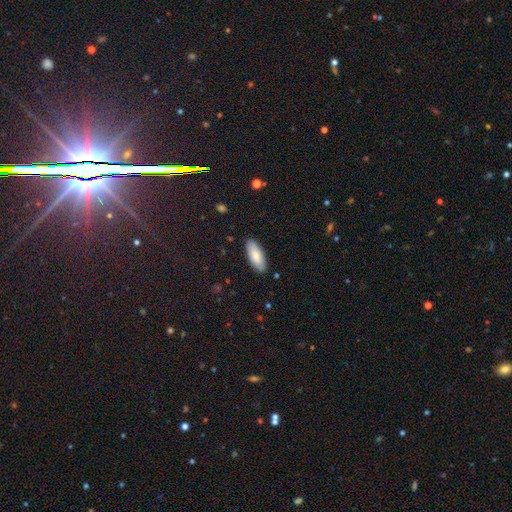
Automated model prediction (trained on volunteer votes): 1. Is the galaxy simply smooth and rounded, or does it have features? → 80% smooth, 14% featured or disk, 6% star or artifact.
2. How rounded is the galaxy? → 77% in between, 21% cigar-shaped, 2% round.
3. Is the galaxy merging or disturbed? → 88% none, 9% minor disturbance, 2% major disturbance, 1% merger.